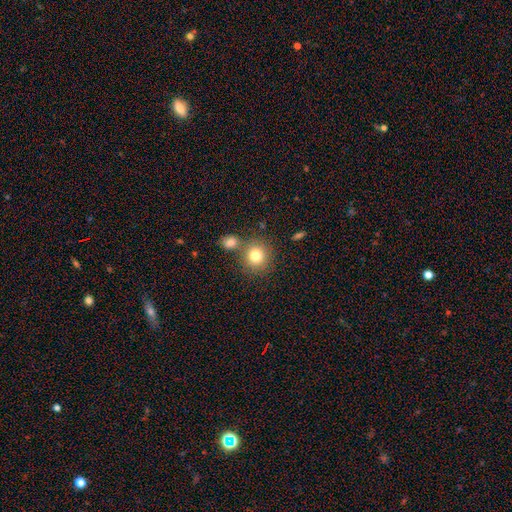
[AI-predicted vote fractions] Overall: smooth (80%). How rounded: round (88%). Merging: none (68%).